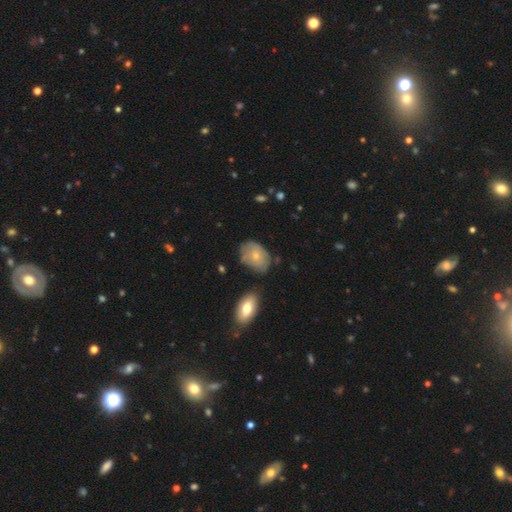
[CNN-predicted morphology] Smooth or featured? Predicted: smooth (p=0.62). How rounded? Predicted: in between (p=0.80). Merging? Predicted: none (p=0.55).